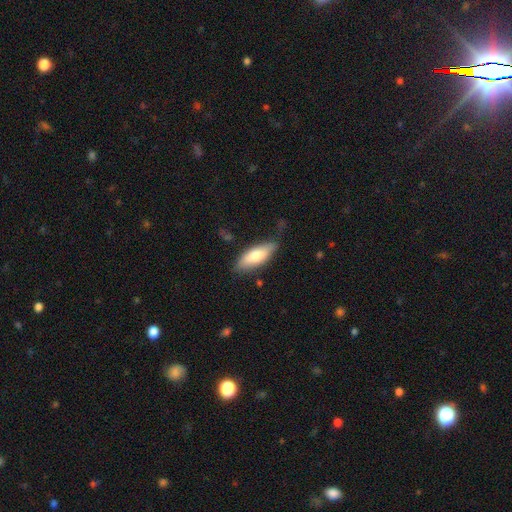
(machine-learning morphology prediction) Smooth or featured? Predicted: smooth (p=0.72). How rounded? Predicted: in between (p=0.69). Merging? Predicted: none (p=0.73).